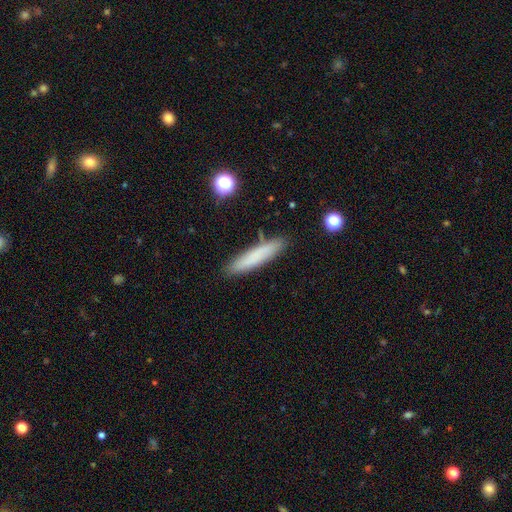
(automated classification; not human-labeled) Morphology: type=smooth (76%); roundness=cigar-shaped (89%); merging=none (87%).